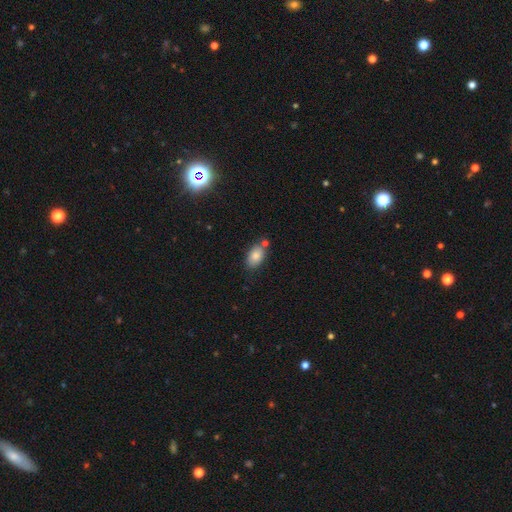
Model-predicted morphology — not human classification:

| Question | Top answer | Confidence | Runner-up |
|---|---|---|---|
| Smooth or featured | smooth | 82% | featured or disk (9%) |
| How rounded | in between | 89% | round (9%) |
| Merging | none | 66% | merger (16%) |